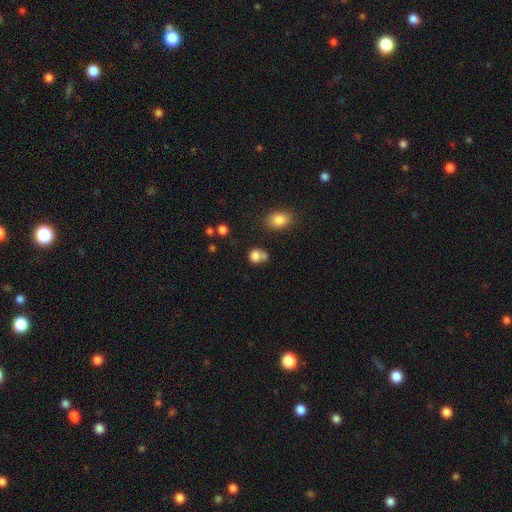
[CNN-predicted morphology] smooth_or_featured: smooth (p=0.80) [alt: star or artifact p=0.11]
how_rounded: round (p=0.67) [alt: in between p=0.32]
merging: none (p=0.42) [alt: merger p=0.30]